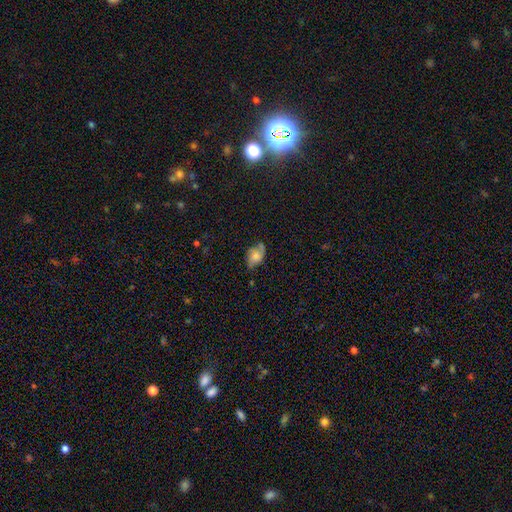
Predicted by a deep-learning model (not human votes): A smooth galaxy with no disk features (62%) that is in between round and cigar-shaped (86%). Merging: none (57%).